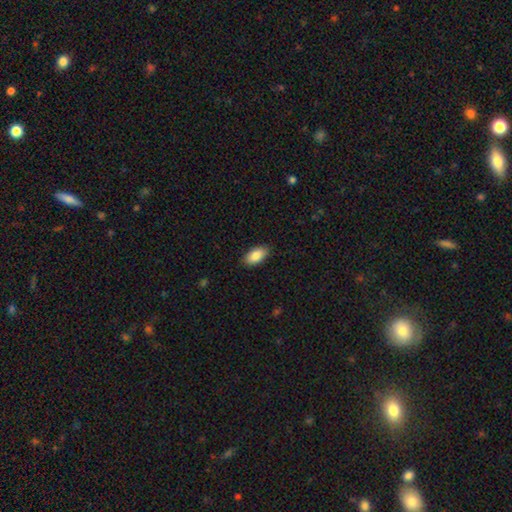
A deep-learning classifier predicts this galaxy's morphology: A smooth galaxy with no disk features (86%) that is in between round and cigar-shaped (93%).

Vote fractions:
- Smooth or featured? smooth: 86% / featured or disk: 7% / star or artifact: 6%
- How rounded? in between: 93% / cigar-shaped: 4% / round: 3%
- Merging? none: 88% / minor disturbance: 9% / major disturbance: 2% / merger: 1%